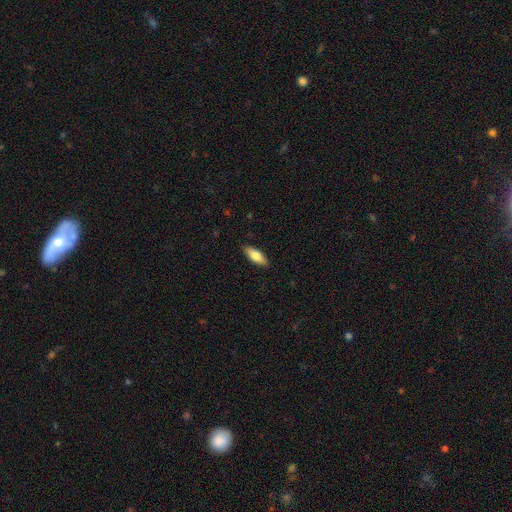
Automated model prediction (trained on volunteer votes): Smooth or featured: smooth — 72% (featured or disk — 22%)
How rounded: in between — 69% (cigar-shaped — 28%)
Merging: none — 88% (minor disturbance — 9%)